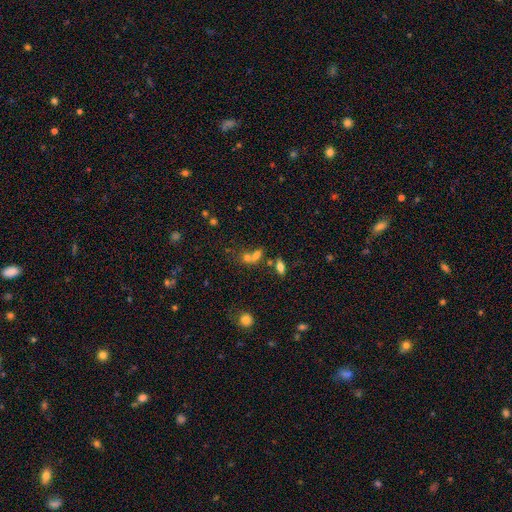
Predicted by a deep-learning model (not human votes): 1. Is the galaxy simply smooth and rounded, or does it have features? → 65% smooth, 18% star or artifact, 17% featured or disk.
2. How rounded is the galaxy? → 59% in between, 34% round, 7% cigar-shaped.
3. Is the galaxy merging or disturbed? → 55% merger, 31% none, 8% minor disturbance, 6% major disturbance.